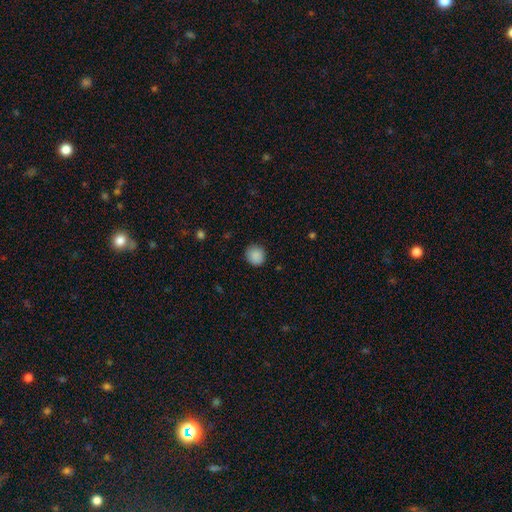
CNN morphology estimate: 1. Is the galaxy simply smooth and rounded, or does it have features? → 88% smooth, 9% star or artifact, 3% featured or disk.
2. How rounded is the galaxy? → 90% round, 10% in between, 1% cigar-shaped.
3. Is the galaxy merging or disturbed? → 88% none, 9% minor disturbance, 2% major disturbance, 1% merger.